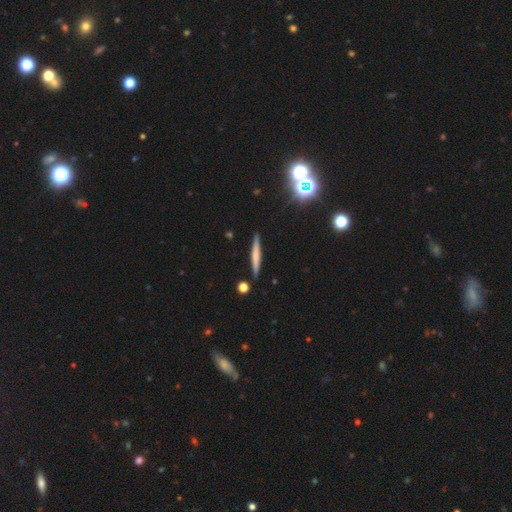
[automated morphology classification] smooth 50%, featured or disk 43%, star or artifact 7%. Down the decision tree: merging — none (89%).